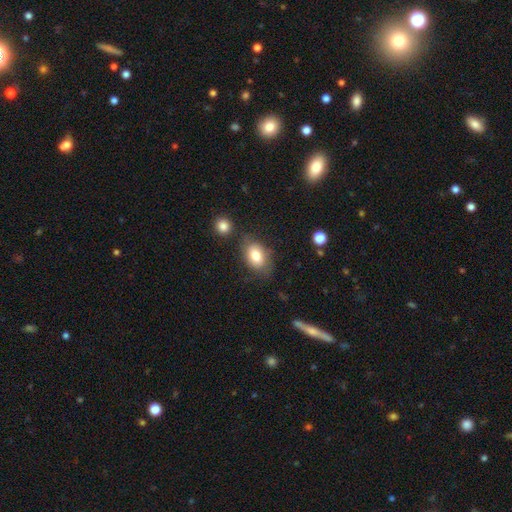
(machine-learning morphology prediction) Overall: smooth (79%). How rounded: in between (83%). Merging: none (69%).